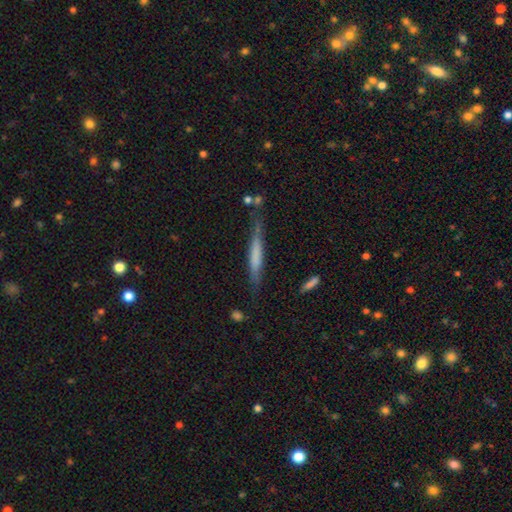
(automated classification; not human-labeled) The model was most divided on "smooth or featured": smooth: 56%, featured or disk: 38%, star or artifact: 6%. More confident: how rounded — cigar-shaped (93%); merging — none (65%).